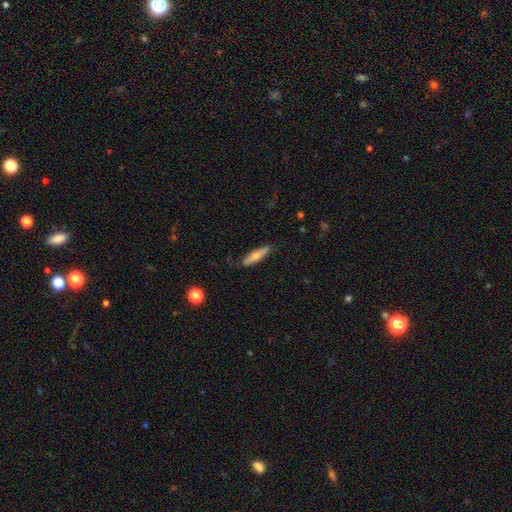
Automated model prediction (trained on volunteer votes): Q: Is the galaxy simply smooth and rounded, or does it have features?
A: smooth — 48%.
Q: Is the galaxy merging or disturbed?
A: none — 80%.